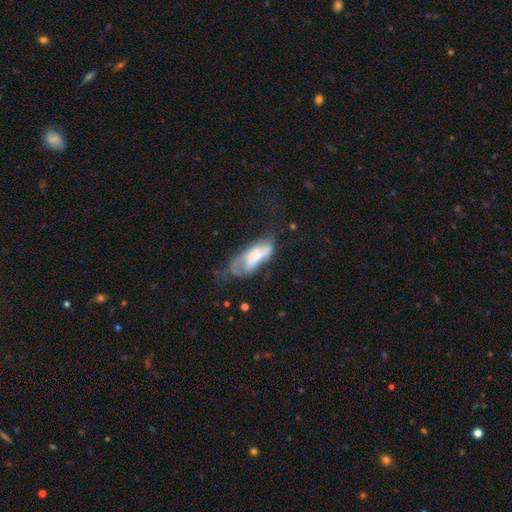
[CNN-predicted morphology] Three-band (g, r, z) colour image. It shows a smooth galaxy with no disk features (47%). Merging: major disturbance (43%).